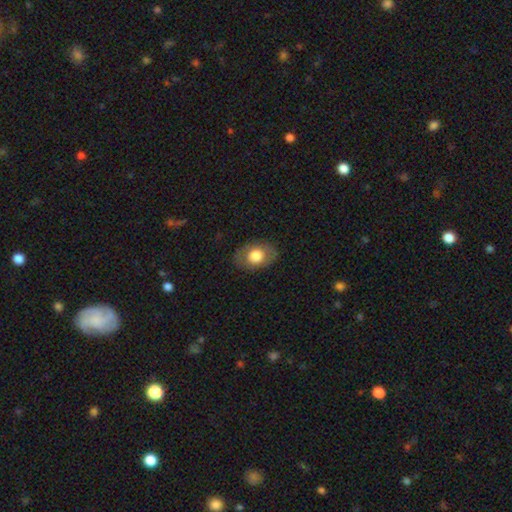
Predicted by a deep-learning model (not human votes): This appears to be a smooth galaxy with no disk features (72%) that is in between round and cigar-shaped (74%). Merging: none (84%).